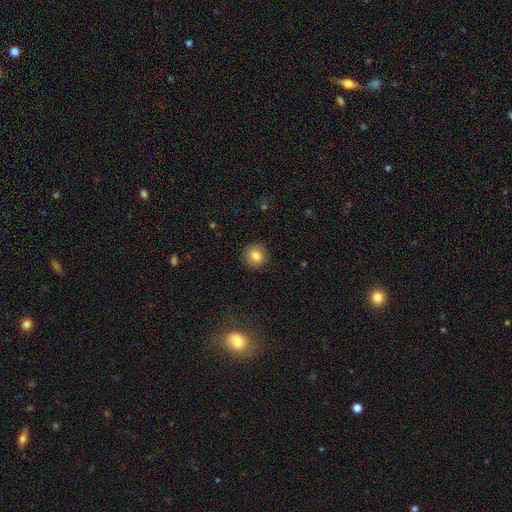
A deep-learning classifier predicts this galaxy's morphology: smooth_or_featured: smooth (p=0.79) [alt: featured or disk p=0.11]
how_rounded: round (p=0.89) [alt: in between p=0.10]
merging: none (p=0.89) [alt: minor disturbance p=0.08]